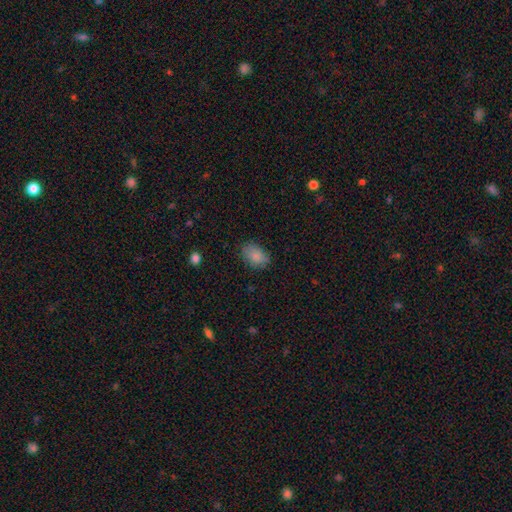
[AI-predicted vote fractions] Overall: smooth (86%). How rounded: in between (84%). Merging: none (78%).